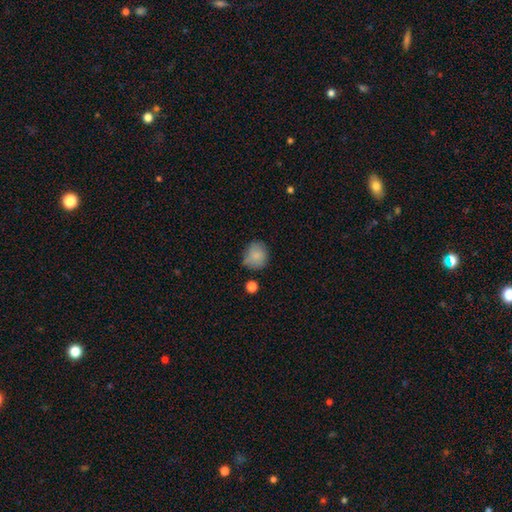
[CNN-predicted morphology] Smooth or featured?
  - smooth: 83% *
  - star or artifact: 9%
  - featured or disk: 8%
How rounded?
  - round: 79% *
  - in between: 20%
  - cigar-shaped: 1%
Merging?
  - none: 66% *
  - minor disturbance: 24%
  - major disturbance: 6%
  - merger: 5%